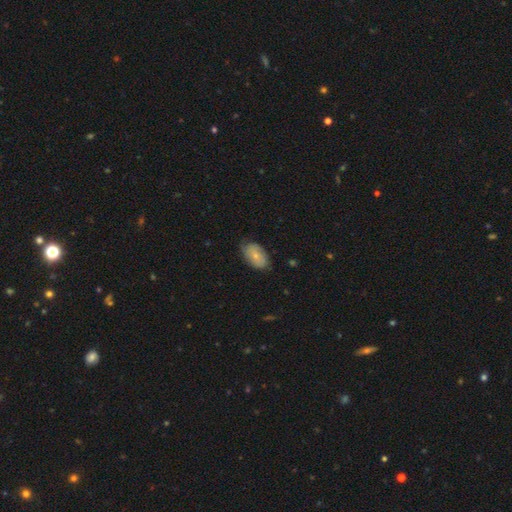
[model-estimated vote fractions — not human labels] Smooth or featured? smooth (66%)
How rounded? in between (90%)
Merging? none (66%)